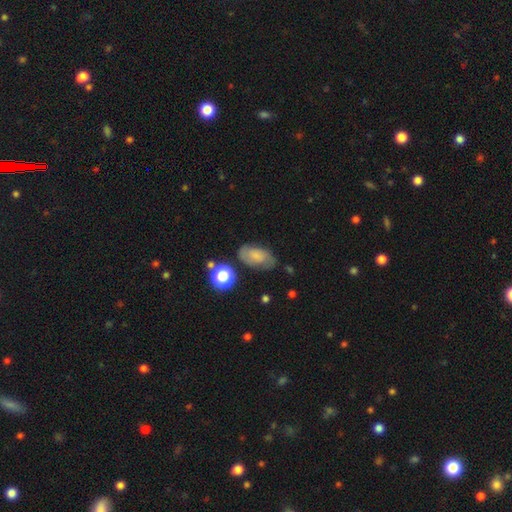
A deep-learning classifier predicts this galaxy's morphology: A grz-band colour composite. It shows a smooth galaxy with no disk features (51%) that is in between round and cigar-shaped (88%). Merging: none (67%).